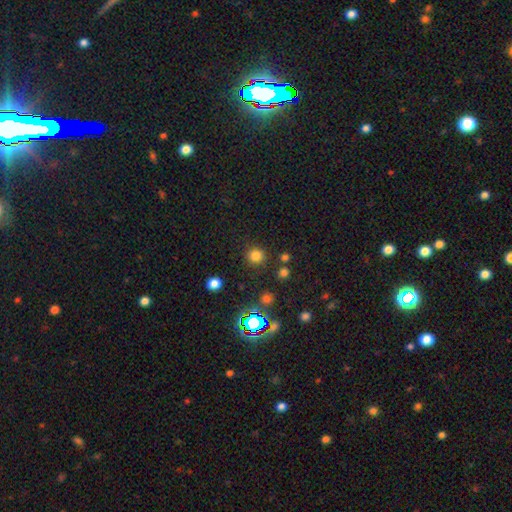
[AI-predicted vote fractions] The model was most divided on "smooth or featured": smooth: 75%, star or artifact: 20%, featured or disk: 5%. More confident: how rounded — round (92%); merging — none (87%).